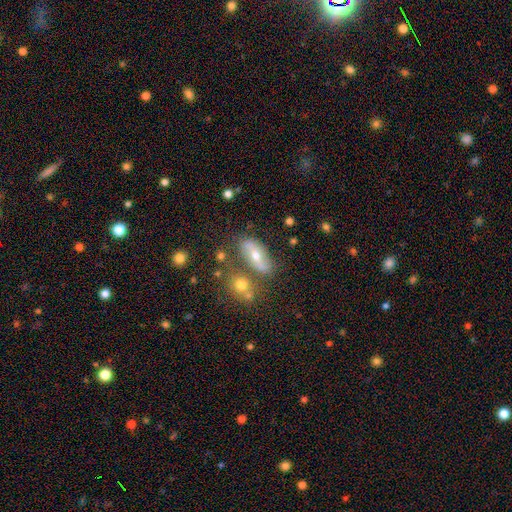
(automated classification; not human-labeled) This appears to be a featured or disk galaxy (51%). Merging: none (65%).